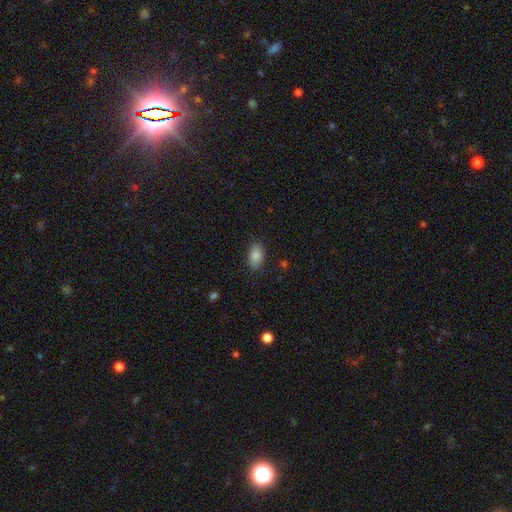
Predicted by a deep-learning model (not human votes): smooth 85%, star or artifact 8%, featured or disk 7%. Down the decision tree: how rounded — in between (91%); merging — none (84%).